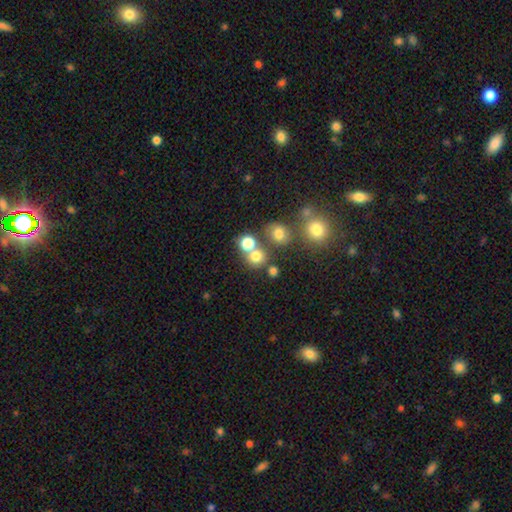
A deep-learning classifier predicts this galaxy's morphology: Q: Smooth or featured?
A: smooth (73%); runner-up: star or artifact (18%)
Q: How rounded?
A: round (85%); runner-up: in between (14%)
Q: Merging?
A: none (61%); runner-up: merger (27%)